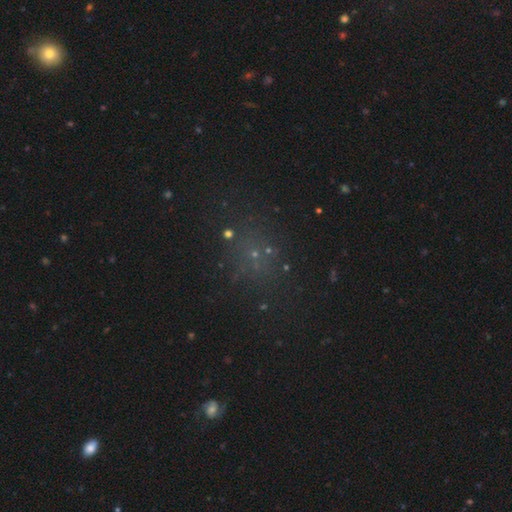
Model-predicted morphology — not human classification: Smooth or featured? star or artifact (49%)